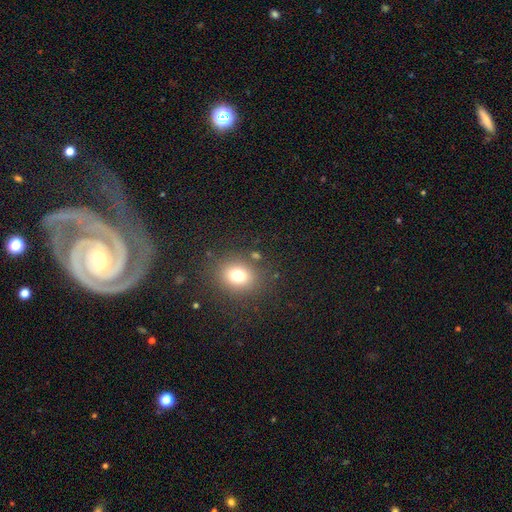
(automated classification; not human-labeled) This appears to be a smooth galaxy with no disk features (73%) that is round (61%). Merging: none (83%).